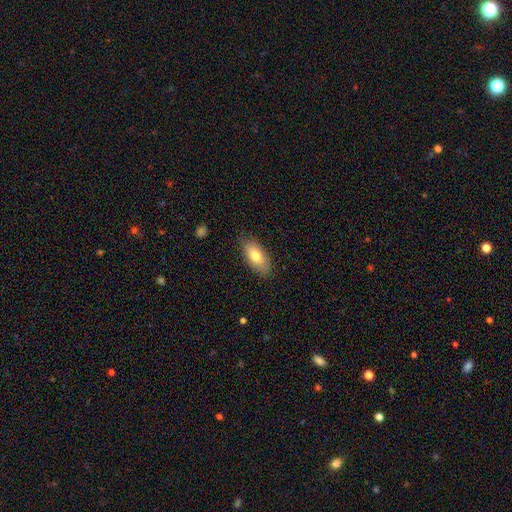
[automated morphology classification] Smooth or featured: smooth — 76% (featured or disk — 18%)
How rounded: in between — 90% (cigar-shaped — 7%)
Merging: none — 83% (minor disturbance — 13%)